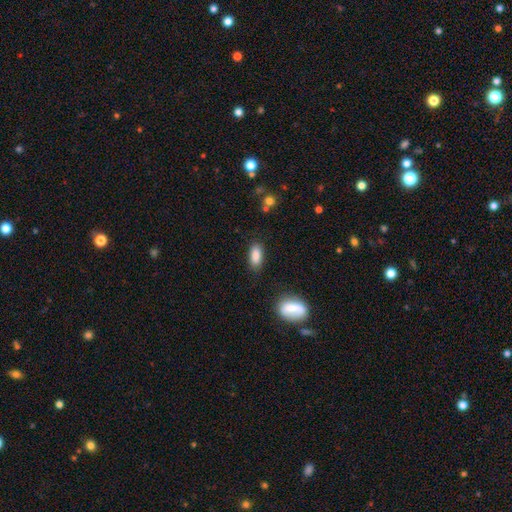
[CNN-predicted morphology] smooth-or-featured: smooth: 87% | star or artifact: 8% | featured or disk: 6%
  how-rounded: in between: 86% | cigar-shaped: 11% | round: 3%
  merging: none: 84% | minor disturbance: 11% | major disturbance: 3% | merger: 2%